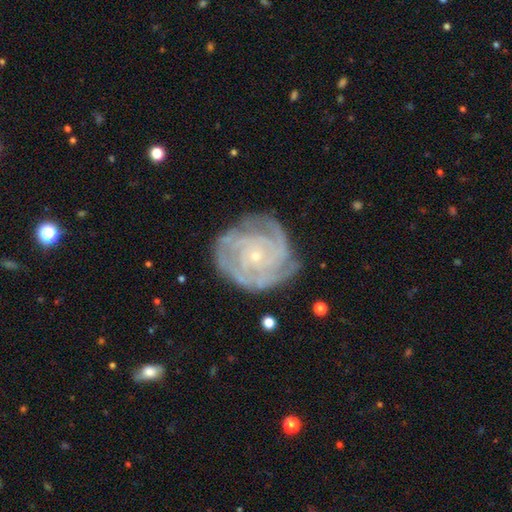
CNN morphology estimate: Smooth or featured: featured or disk — 89% (smooth — 6%)
Edge-on disk: no — 98% (yes — 2%)
Bar: no — 79% (weak — 16%)
Spiral arms: yes — 97% (no — 3%)
Spiral winding: tight — 78% (medium — 19%)
Spiral arm count: 3 — 30% (4 — 23%)
Bulge size: small — 86% (moderate — 10%)
Merging: none — 74% (minor disturbance — 18%)